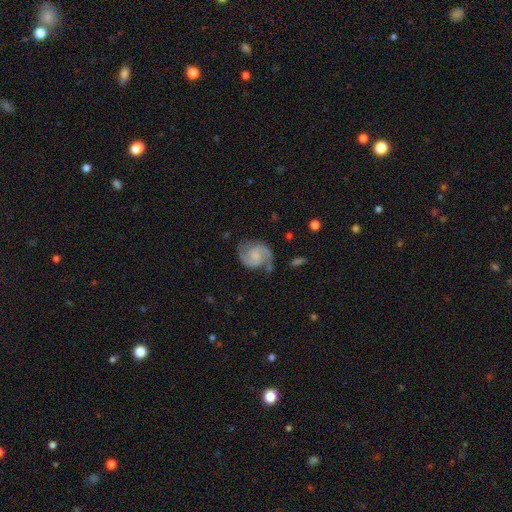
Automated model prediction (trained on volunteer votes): A featured or disk galaxy (87%) with no bar (61%), 2 (93%) medium (56%) spiral arms (98%) and no central bulge (37%).

Vote fractions:
- Smooth or featured? featured or disk: 87% / smooth: 8% / star or artifact: 5%
- Edge-on disk? no: 98% / yes: 2%
- Bar? no: 61% / weak: 33% / strong: 6%
- Spiral arms? yes: 98% / no: 2%
- Spiral winding? medium: 56% / tight: 24% / loose: 20%
- Spiral arm count? 2: 93% / can't tell: 2% / 3: 1% / 1: 1% / 4: 1% / more than 4: 1%
- Bulge size? none: 37% / small: 36% / moderate: 22% / large: 5% / dominant: 2%
- Merging? none: 74% / minor disturbance: 17% / major disturbance: 7% / merger: 2%